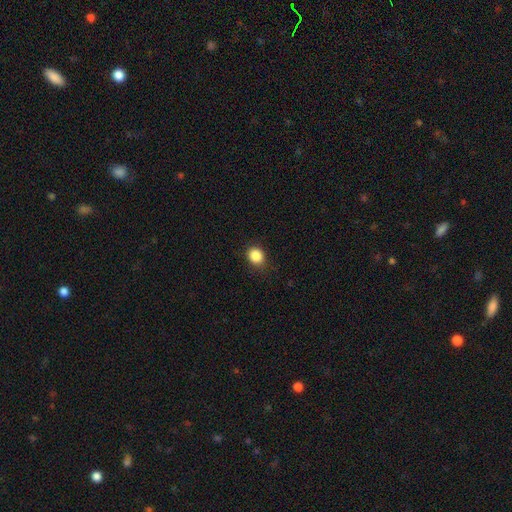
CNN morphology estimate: A smooth galaxy with no disk features (87%) that is round (69%).

Vote fractions:
- Smooth or featured? smooth: 87% / star or artifact: 10% / featured or disk: 3%
- How rounded? round: 69% / in between: 31% / cigar-shaped: 1%
- Merging? none: 84% / minor disturbance: 13% / major disturbance: 3% / merger: 1%